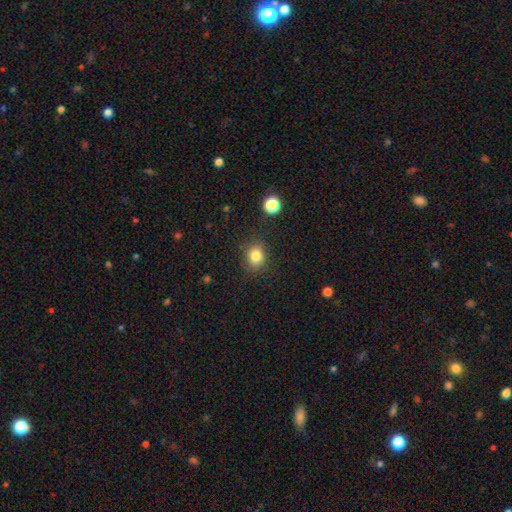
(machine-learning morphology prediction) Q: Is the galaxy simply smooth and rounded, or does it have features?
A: smooth — 82%.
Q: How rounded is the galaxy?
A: round — 63%.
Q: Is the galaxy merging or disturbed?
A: none — 83%.